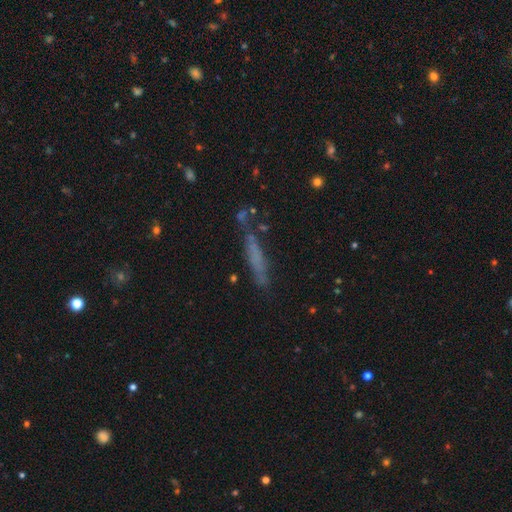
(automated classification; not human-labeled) This is possibly a smooth galaxy (55%). How rounded: clearly cigar-shaped (86%). Merging: likely none (67%).